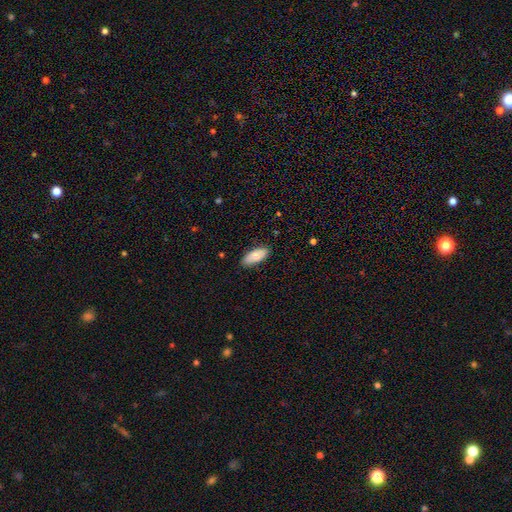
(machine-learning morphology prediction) Smooth or featured? smooth (74%)
How rounded? in between (88%)
Merging? none (85%)